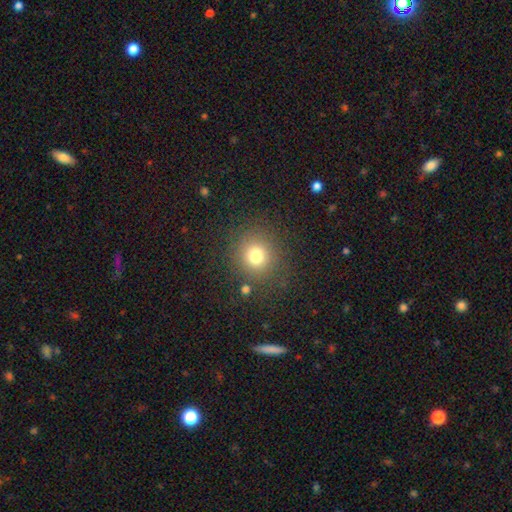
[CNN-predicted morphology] This is likely a smooth galaxy (75%). How rounded: clearly round (89%). Merging: clearly none (84%).